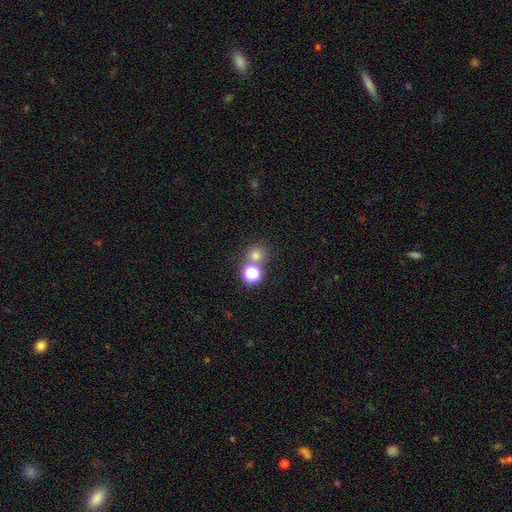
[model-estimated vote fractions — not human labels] smooth_or_featured: smooth (p=0.70) [alt: star or artifact p=0.22]
how_rounded: round (p=0.89) [alt: in between p=0.11]
merging: none (p=0.63) [alt: merger p=0.27]